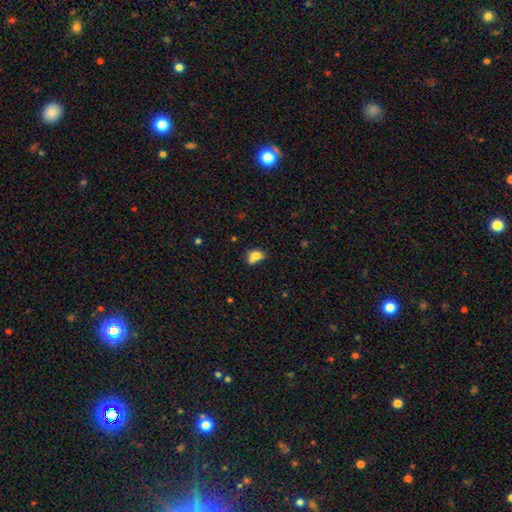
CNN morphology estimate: This is likely a smooth galaxy (74%). How rounded: likely in between (64%). Merging: marginally merger (43%).